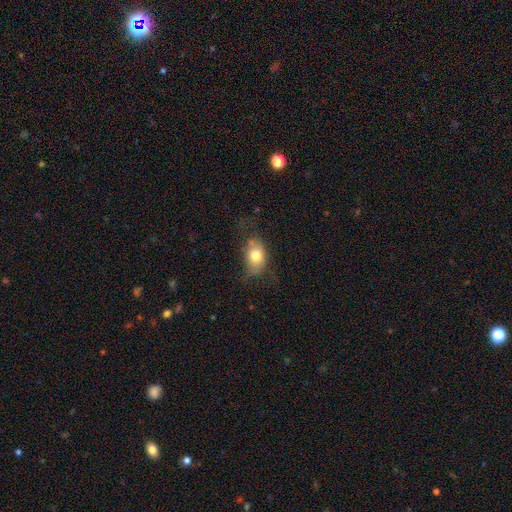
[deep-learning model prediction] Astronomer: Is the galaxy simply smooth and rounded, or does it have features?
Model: smooth — 73%.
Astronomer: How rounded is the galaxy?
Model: in between — 81%.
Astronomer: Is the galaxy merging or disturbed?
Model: none — 53% (runner-up: minor disturbance, 29%).